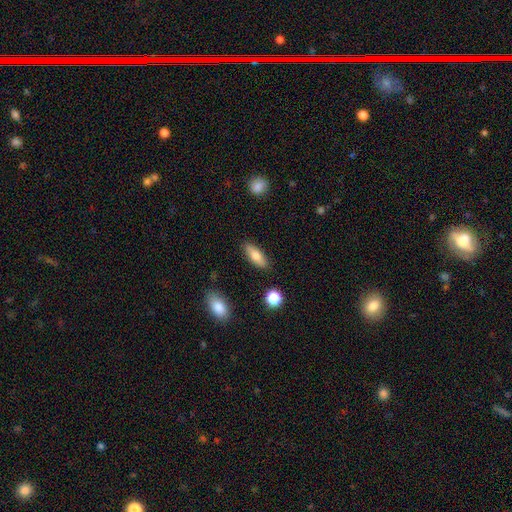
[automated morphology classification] This appears to be a smooth galaxy with no disk features (73%) that is in between round and cigar-shaped (69%). Merging: none (87%).